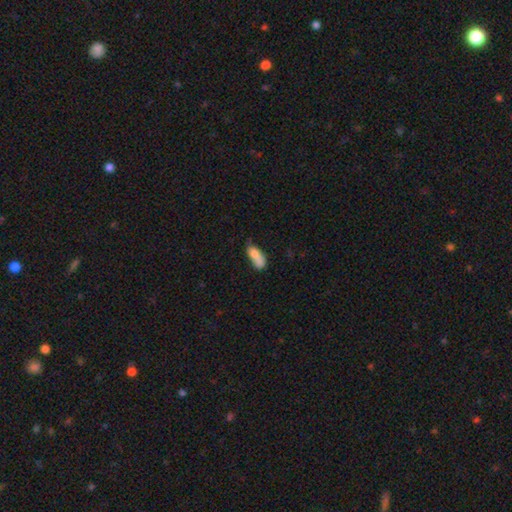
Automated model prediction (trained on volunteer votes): Smooth or featured? Predicted: smooth (p=0.75). How rounded? Predicted: in between (p=0.74). Merging? Predicted: merger (p=0.34).